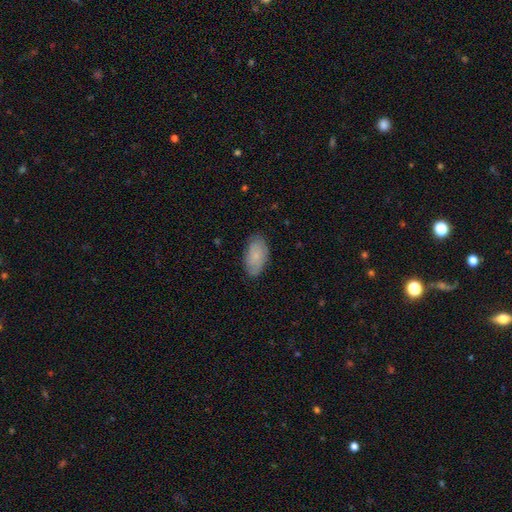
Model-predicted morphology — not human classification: A smooth galaxy with no disk features (73%) that is in between round and cigar-shaped (94%).

Vote fractions:
- Smooth or featured? smooth: 73% / featured or disk: 20% / star or artifact: 7%
- How rounded? in between: 94% / round: 3% / cigar-shaped: 3%
- Merging? none: 80% / minor disturbance: 16% / major disturbance: 3% / merger: 1%